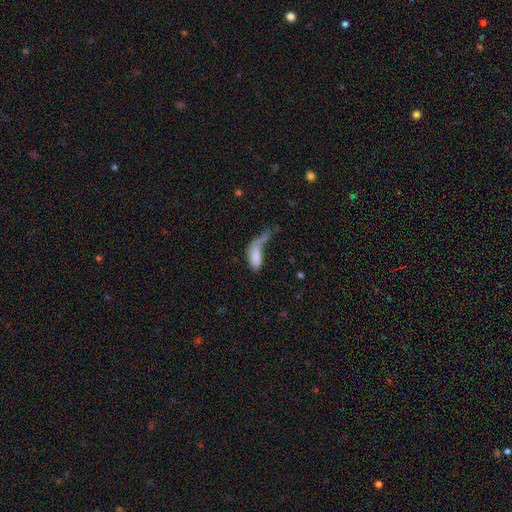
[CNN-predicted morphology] A smooth galaxy with no disk features (74%) that is in between round and cigar-shaped (74%).

Vote fractions:
- Smooth or featured? smooth: 74% / featured or disk: 18% / star or artifact: 8%
- How rounded? in between: 74% / cigar-shaped: 23% / round: 3%
- Merging? major disturbance: 45% / merger: 19% / none: 19% / minor disturbance: 17%